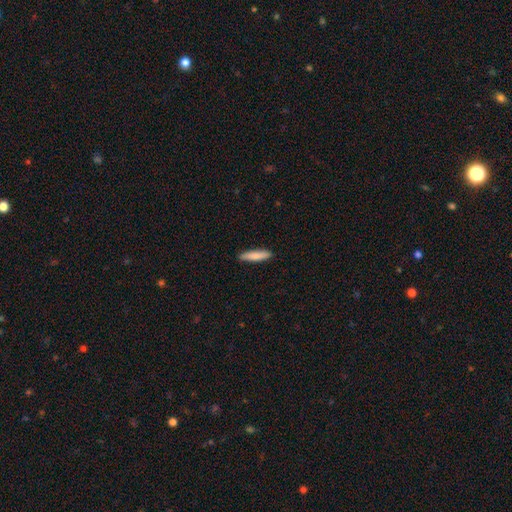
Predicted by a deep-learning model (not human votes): This is clearly a smooth galaxy (83%). How rounded: clearly cigar-shaped (85%). Merging: clearly none (89%).